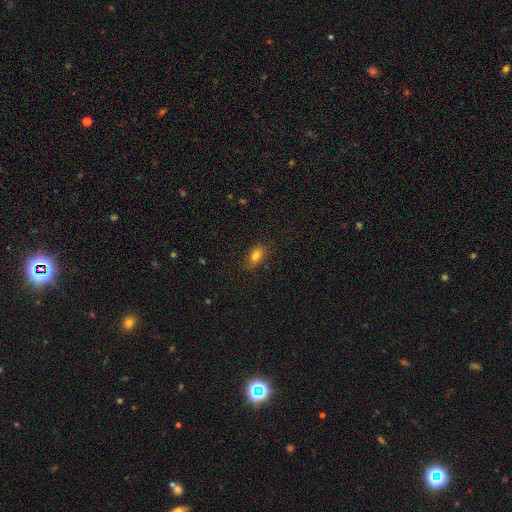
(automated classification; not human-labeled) Smooth or featured? Predicted: smooth (p=0.82). How rounded? Predicted: in between (p=0.84). Merging? Predicted: none (p=0.79).